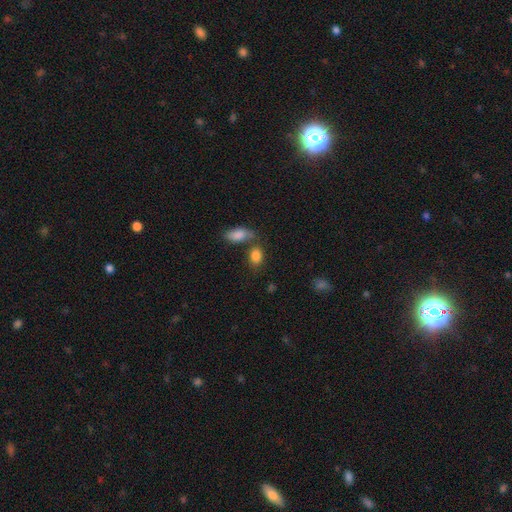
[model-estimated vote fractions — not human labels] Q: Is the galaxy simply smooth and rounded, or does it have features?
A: smooth — 85%.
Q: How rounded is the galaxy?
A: in between — 81%.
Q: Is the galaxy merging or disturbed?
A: none — 55%.